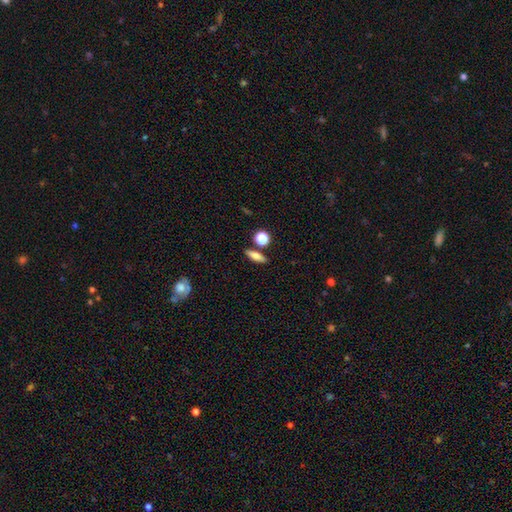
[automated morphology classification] Overall: smooth (70%). How rounded: in between (50%; cigar-shaped 41%). Merging: none (80%).